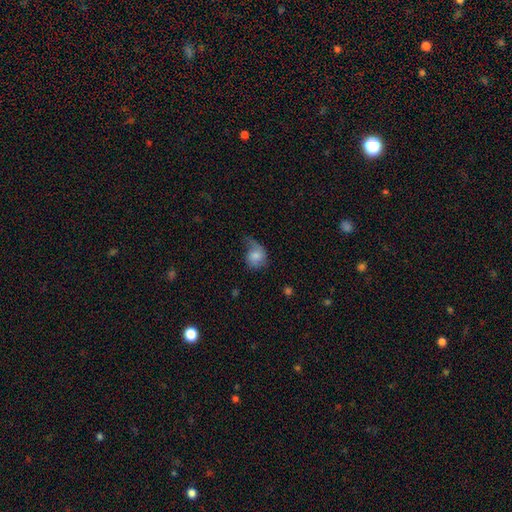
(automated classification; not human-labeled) Smooth or featured? Predicted: smooth (p=0.70). How rounded? Predicted: round (p=0.58). Merging? Predicted: major disturbance (p=0.35).